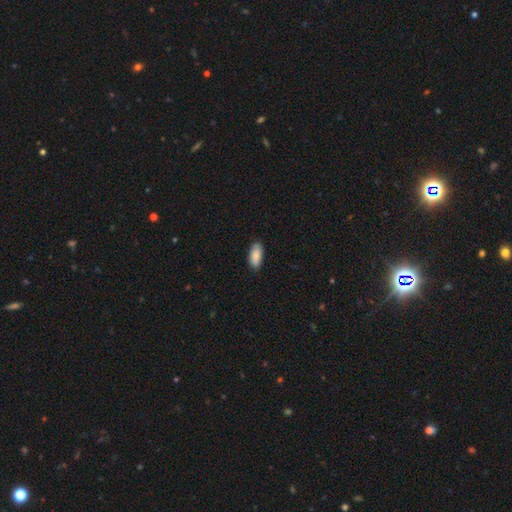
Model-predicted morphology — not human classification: Overall: smooth (87%). How rounded: in between (90%). Merging: none (85%).